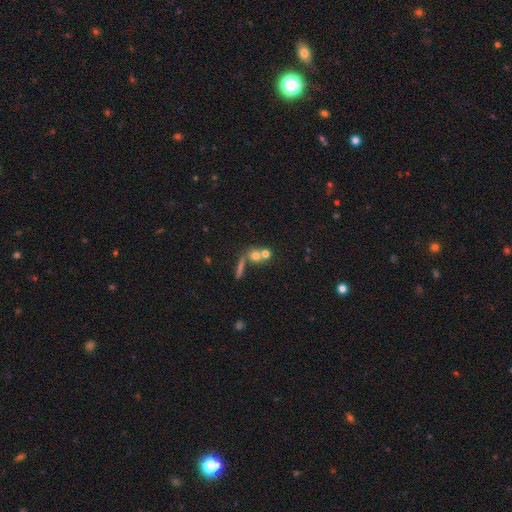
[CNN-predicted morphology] smooth 66%, featured or disk 19%, star or artifact 15%. Down the decision tree: how rounded — round (71%); merging — merger (50%).